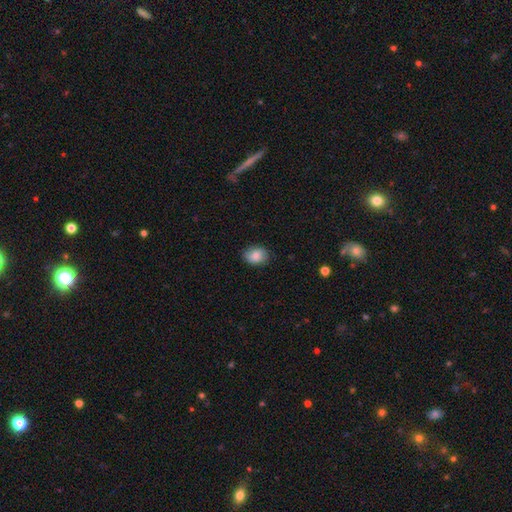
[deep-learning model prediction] Smooth or featured? smooth (78%)
How rounded? in between (62%)
Merging? none (80%)